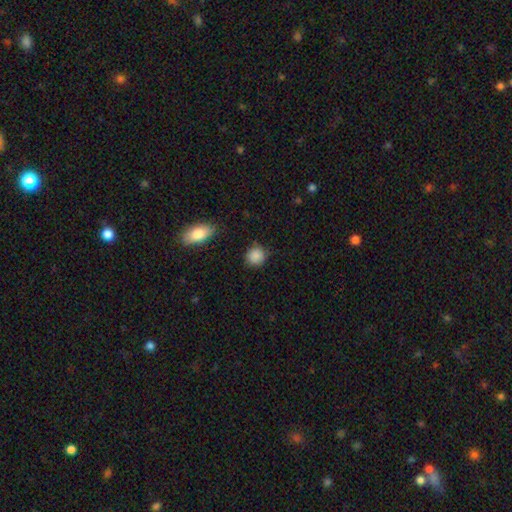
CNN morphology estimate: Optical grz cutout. It shows a smooth galaxy with no disk features (88%) that is round (86%). Merging: none (83%).